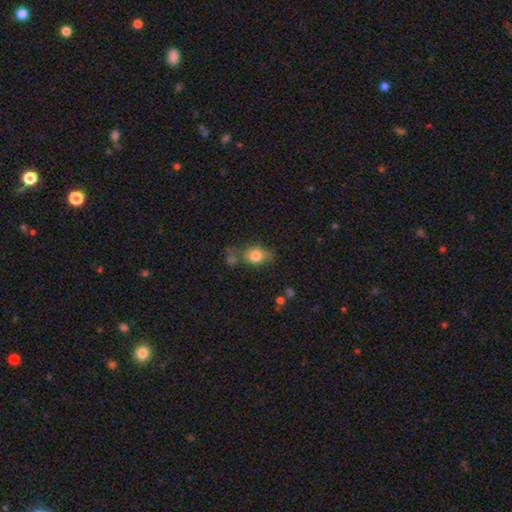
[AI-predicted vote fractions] The model was most divided on "how rounded": in between: 65%, round: 33%, cigar-shaped: 2%. More confident: smooth or featured — smooth (80%); merging — none (59%).